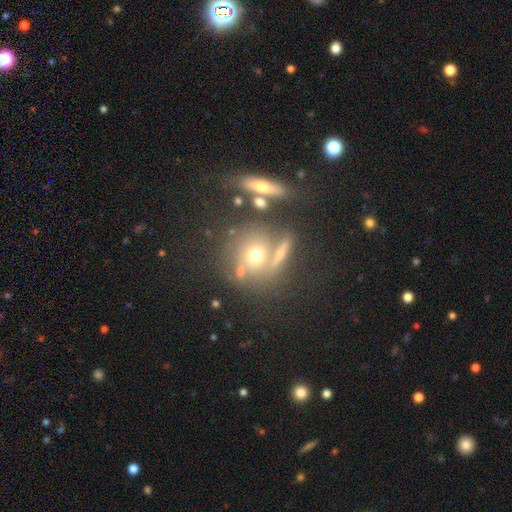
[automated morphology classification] A smooth galaxy with no disk features (52%) that is round (80%). Merging: none (60%).